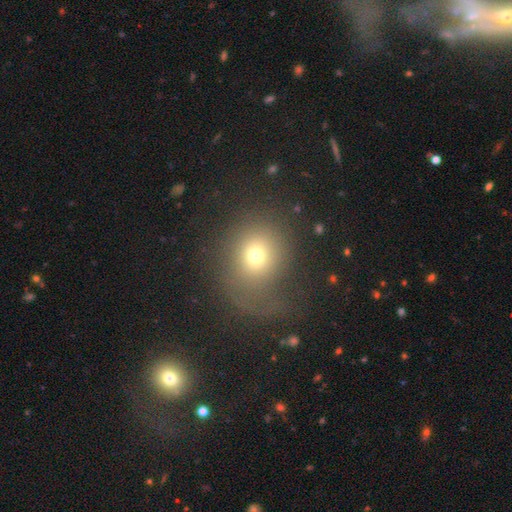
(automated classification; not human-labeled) The model was most divided on "merging": none: 48%, major disturbance: 31%, minor disturbance: 19%, merger: 3%. More confident: how rounded — round (80%); smooth or featured — smooth (68%).